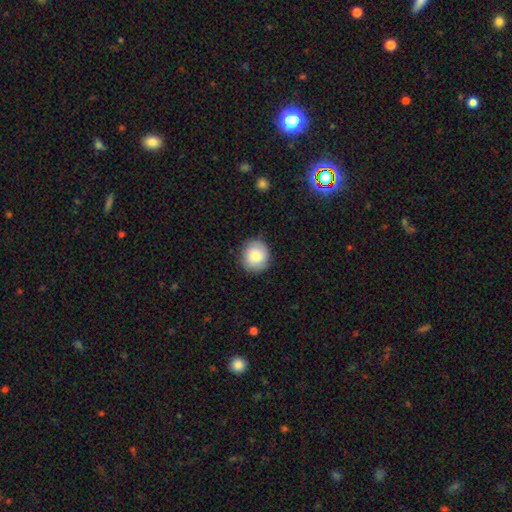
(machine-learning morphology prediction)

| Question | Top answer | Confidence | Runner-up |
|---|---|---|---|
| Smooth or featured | smooth | 74% | featured or disk (18%) |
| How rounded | round | 89% | in between (10%) |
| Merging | none | 85% | minor disturbance (11%) |